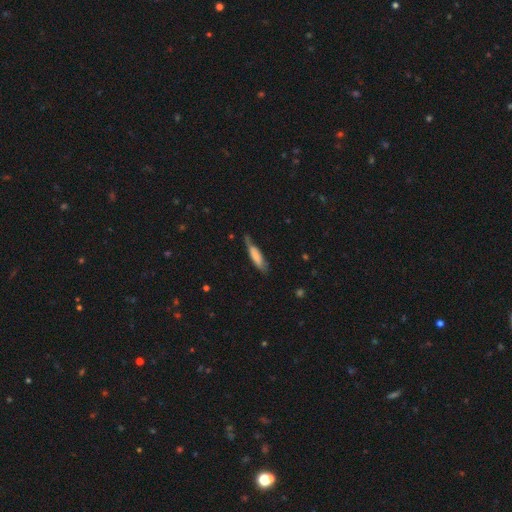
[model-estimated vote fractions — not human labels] A smooth galaxy with no disk features (69%) that is cigar-shaped (70%).

Vote fractions:
- Smooth or featured? smooth: 69% / featured or disk: 25% / star or artifact: 6%
- How rounded? cigar-shaped: 70% / in between: 28% / round: 2%
- Merging? none: 51% / minor disturbance: 34% / major disturbance: 12% / merger: 3%